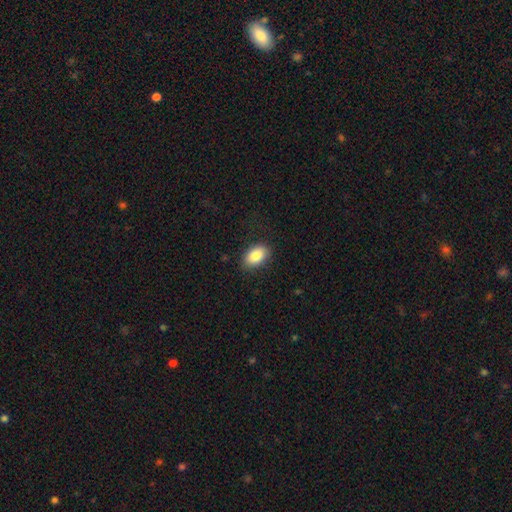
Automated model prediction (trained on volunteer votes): A smooth galaxy with no disk features (87%) that is in between round and cigar-shaped (90%).

Vote fractions:
- Smooth or featured? smooth: 87% / star or artifact: 7% / featured or disk: 6%
- How rounded? in between: 90% / round: 8% / cigar-shaped: 2%
- Merging? none: 85% / minor disturbance: 11% / major disturbance: 3% / merger: 1%